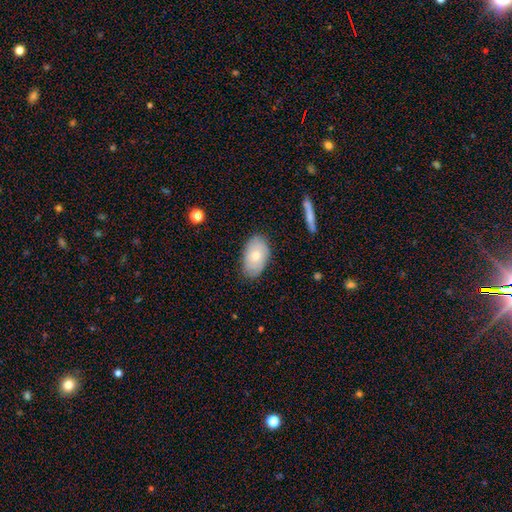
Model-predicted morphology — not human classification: type=smooth (67%); roundness=in between (91%); merging=none (81%).